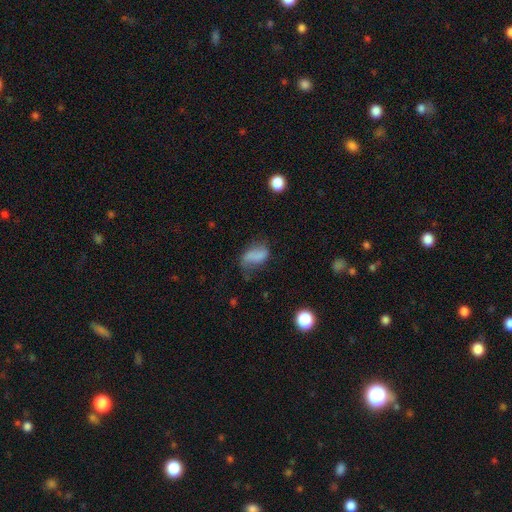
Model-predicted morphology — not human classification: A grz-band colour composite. It shows a smooth galaxy with no disk features (58%) that is in between round and cigar-shaped (89%). Merging: none (40%).